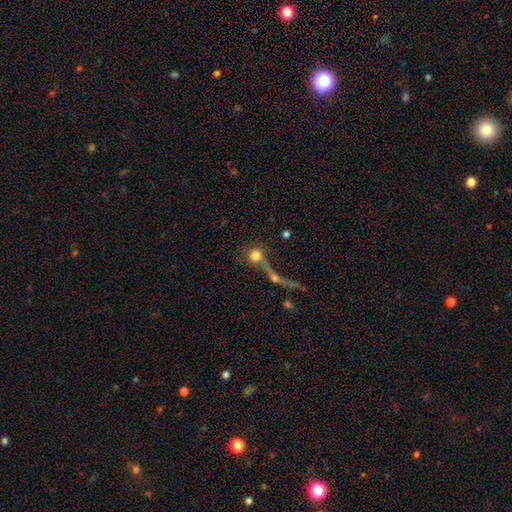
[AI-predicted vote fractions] A smooth galaxy with no disk features (68%) that is round (86%). Merging: none (38%).